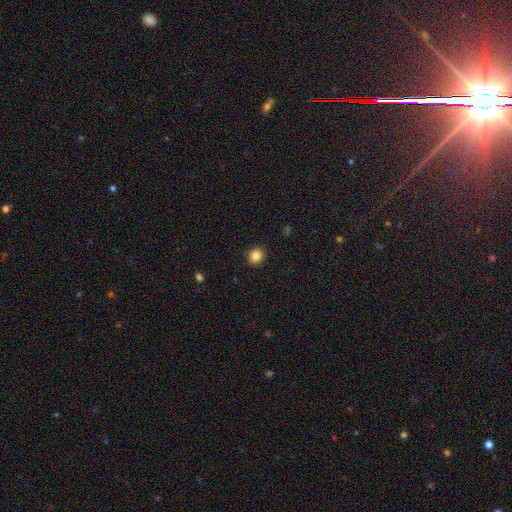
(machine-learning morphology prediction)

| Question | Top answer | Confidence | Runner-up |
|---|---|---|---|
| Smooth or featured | smooth | 86% | star or artifact (10%) |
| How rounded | round | 87% | in between (12%) |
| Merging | none | 91% | minor disturbance (6%) |